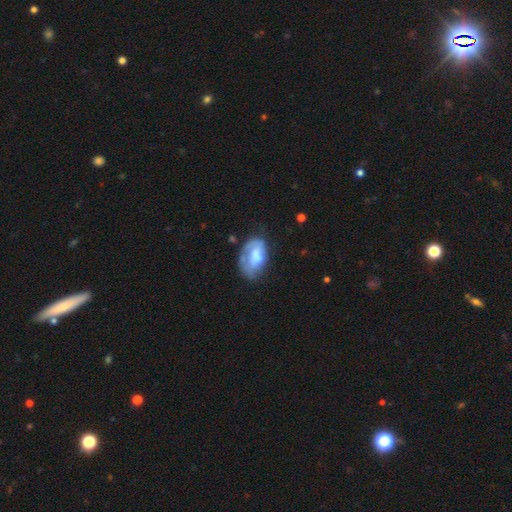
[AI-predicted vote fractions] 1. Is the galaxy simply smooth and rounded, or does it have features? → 54% smooth, 39% featured or disk, 7% star or artifact.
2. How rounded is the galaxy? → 89% in between, 10% round, 2% cigar-shaped.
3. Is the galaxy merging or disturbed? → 41% none, 31% minor disturbance, 23% major disturbance, 4% merger.